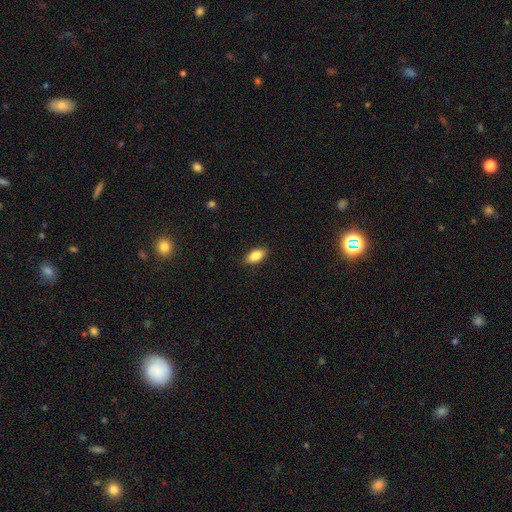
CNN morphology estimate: Q: Smooth or featured?
A: smooth (83%); runner-up: featured or disk (9%)
Q: How rounded?
A: in between (89%); runner-up: cigar-shaped (7%)
Q: Merging?
A: none (87%); runner-up: minor disturbance (10%)